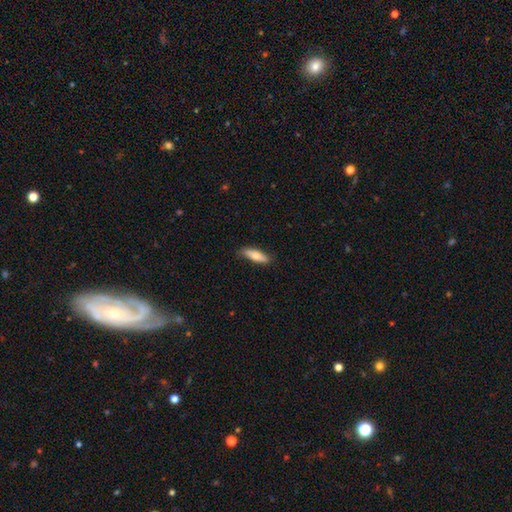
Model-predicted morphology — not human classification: Q: Smooth or featured?
A: smooth (72%); runner-up: featured or disk (22%)
Q: How rounded?
A: cigar-shaped (54%); runner-up: in between (44%)
Q: Merging?
A: none (83%); runner-up: minor disturbance (14%)